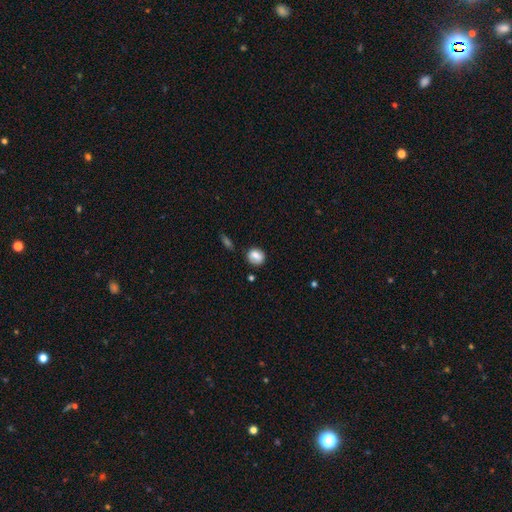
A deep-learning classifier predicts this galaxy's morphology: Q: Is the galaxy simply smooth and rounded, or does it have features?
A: smooth — 79%.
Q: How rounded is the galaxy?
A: round — 72%.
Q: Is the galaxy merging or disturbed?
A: none — 69%.